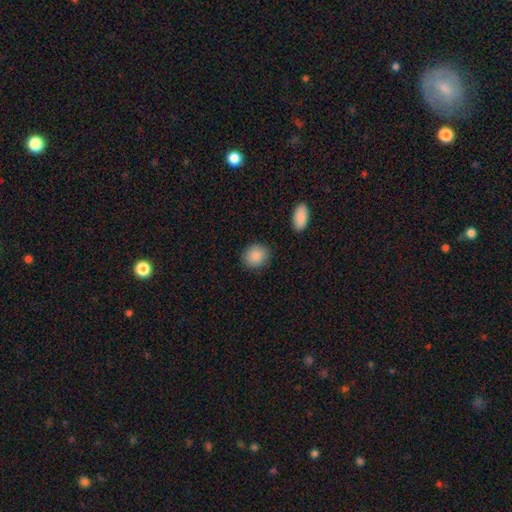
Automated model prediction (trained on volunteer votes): Smooth or featured? Predicted: smooth (p=0.89). How rounded? Predicted: round (p=0.68). Merging? Predicted: none (p=0.87).